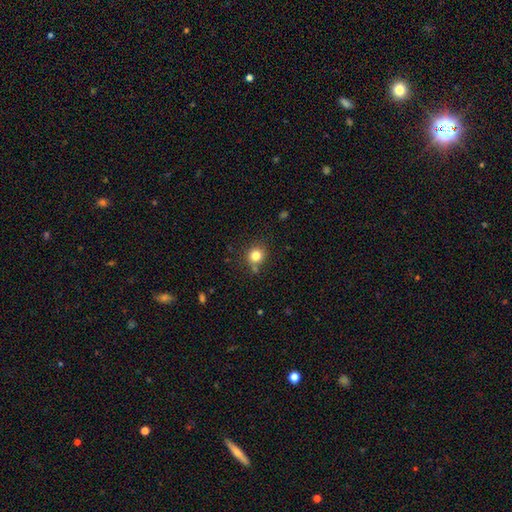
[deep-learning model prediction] Smooth or featured? smooth (82%)
How rounded? round (88%)
Merging? none (77%)